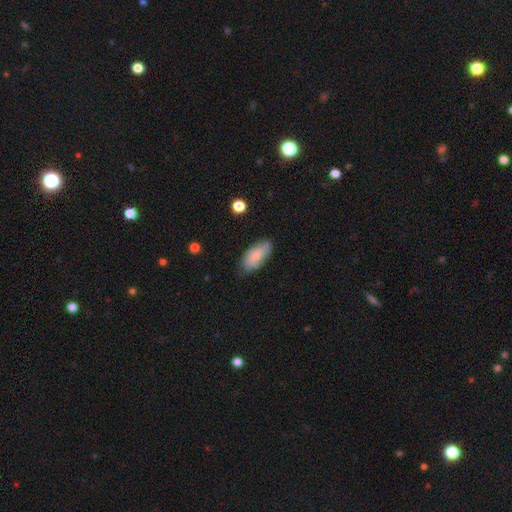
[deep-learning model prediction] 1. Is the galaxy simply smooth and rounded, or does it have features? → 61% smooth, 32% featured or disk, 7% star or artifact.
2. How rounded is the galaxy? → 90% in between, 7% cigar-shaped, 3% round.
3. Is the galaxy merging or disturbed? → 67% none, 25% minor disturbance, 6% major disturbance, 2% merger.